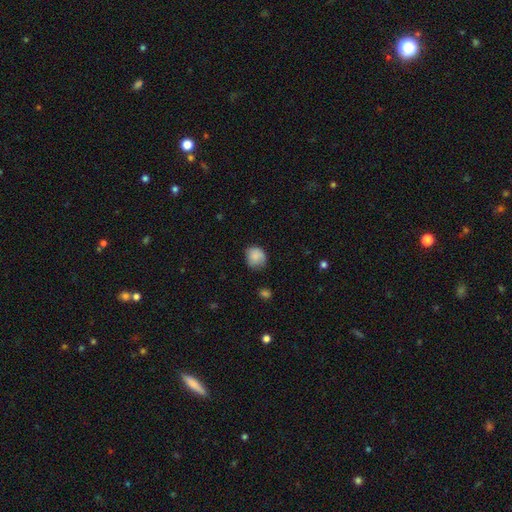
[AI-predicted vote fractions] Smooth or featured? Predicted: smooth (p=0.85). How rounded? Predicted: round (p=0.72). Merging? Predicted: none (p=0.65).